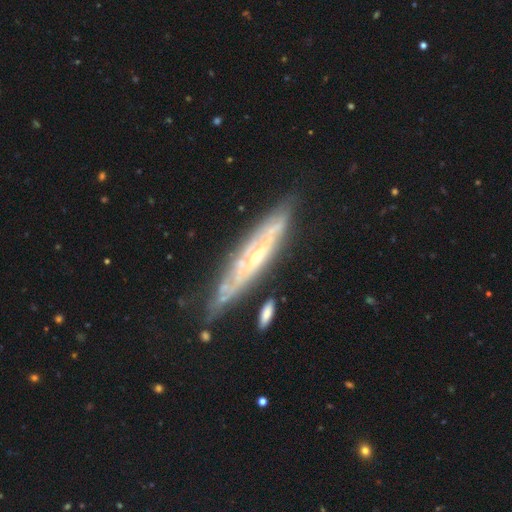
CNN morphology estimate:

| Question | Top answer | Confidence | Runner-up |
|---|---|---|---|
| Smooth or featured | featured or disk | 81% | smooth (13%) |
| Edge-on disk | yes | 53% | no (47%) |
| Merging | none | 69% | minor disturbance (21%) |